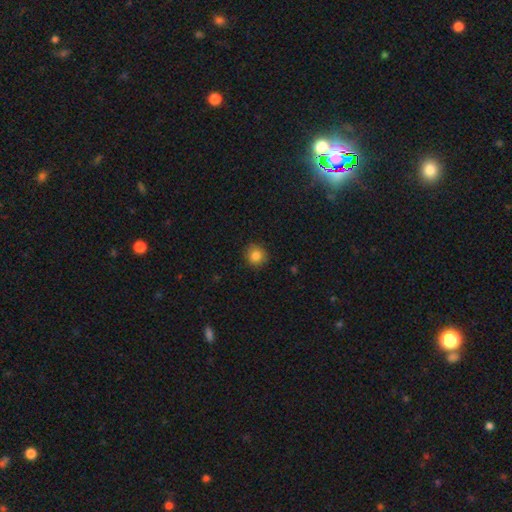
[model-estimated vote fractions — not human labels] Overall: smooth (84%). How rounded: round (90%). Merging: none (87%).